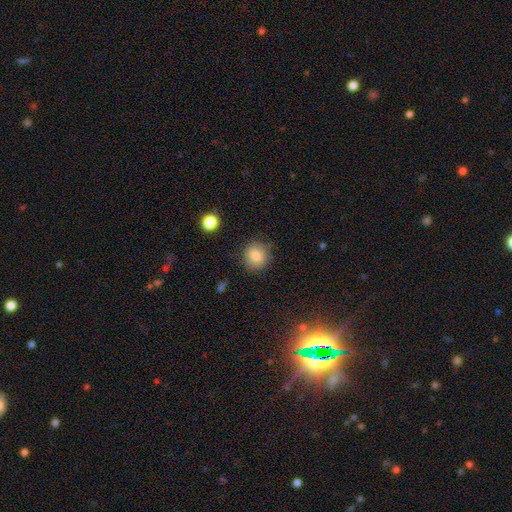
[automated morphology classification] smooth_or_featured: smooth (p=0.82) [alt: star or artifact p=0.10]
how_rounded: round (p=0.84) [alt: in between p=0.15]
merging: none (p=0.81) [alt: minor disturbance p=0.13]